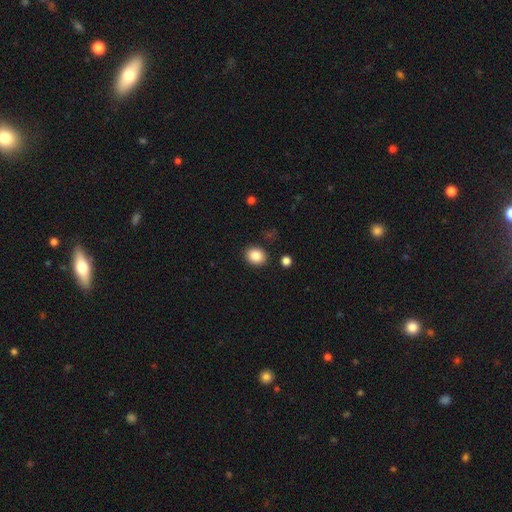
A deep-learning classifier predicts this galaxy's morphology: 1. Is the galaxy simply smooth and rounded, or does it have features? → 87% smooth, 9% star or artifact, 4% featured or disk.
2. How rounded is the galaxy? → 57% round, 42% in between, 1% cigar-shaped.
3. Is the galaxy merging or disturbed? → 87% none, 8% minor disturbance, 2% major disturbance, 2% merger.